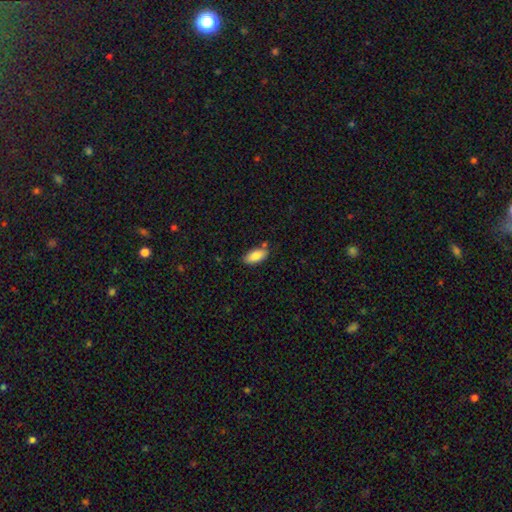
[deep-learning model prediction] smooth_or_featured: smooth (p=0.85) [alt: featured or disk p=0.09]
how_rounded: in between (p=0.90) [alt: cigar-shaped p=0.07]
merging: none (p=0.78) [alt: minor disturbance p=0.14]